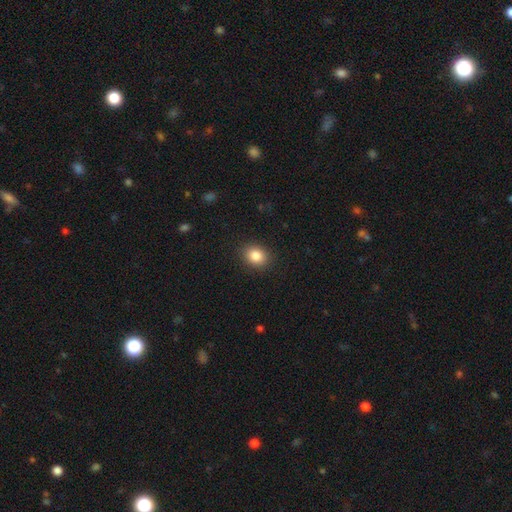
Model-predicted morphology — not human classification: Smooth or featured? Predicted: smooth (p=0.85). How rounded? Predicted: round (p=0.51). Merging? Predicted: none (p=0.89).